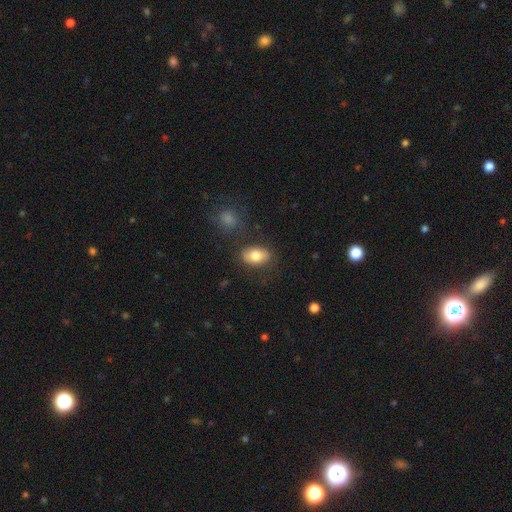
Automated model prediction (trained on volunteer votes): smooth-or-featured: smooth: 79% | featured or disk: 13% | star or artifact: 7%
  how-rounded: in between: 88% | round: 11% | cigar-shaped: 2%
  merging: none: 81% | minor disturbance: 12% | merger: 4% | major disturbance: 4%